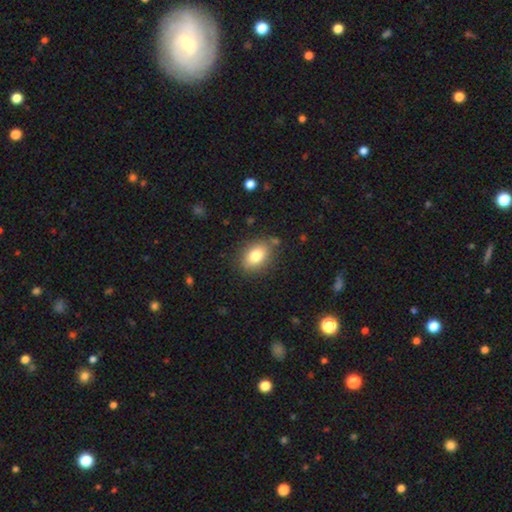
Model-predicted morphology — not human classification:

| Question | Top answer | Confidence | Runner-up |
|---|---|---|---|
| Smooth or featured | smooth | 80% | featured or disk (11%) |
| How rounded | in between | 78% | round (21%) |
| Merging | none | 81% | minor disturbance (13%) |